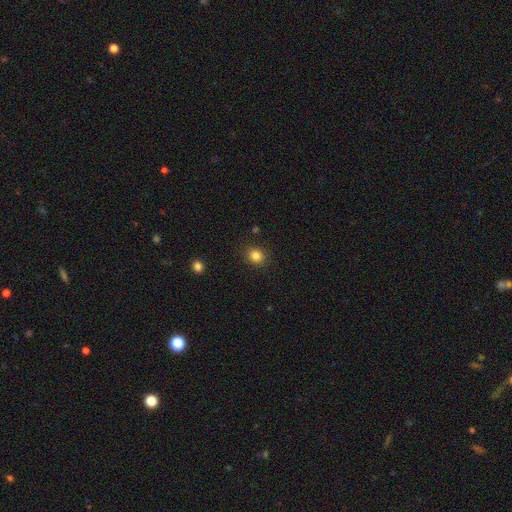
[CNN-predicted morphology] A smooth galaxy with no disk features (84%) that is round (76%).

Vote fractions:
- Smooth or featured? smooth: 84% / star or artifact: 12% / featured or disk: 5%
- How rounded? round: 76% / in between: 23% / cigar-shaped: 1%
- Merging? none: 89% / minor disturbance: 8% / major disturbance: 2% / merger: 1%